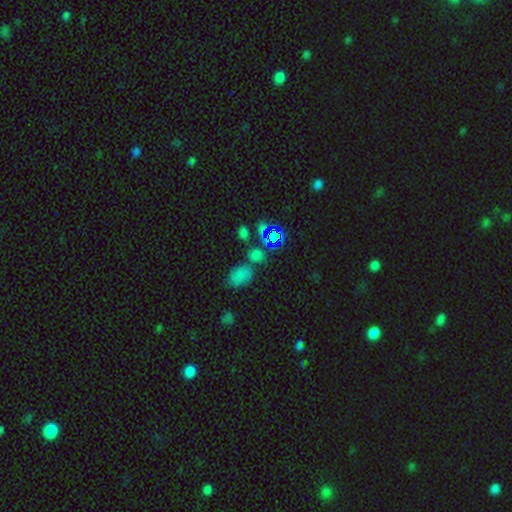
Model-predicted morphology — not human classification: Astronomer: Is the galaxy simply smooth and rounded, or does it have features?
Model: smooth — 52% (runner-up: star or artifact, 41%).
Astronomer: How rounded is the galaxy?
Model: in between — 57% (runner-up: round, 41%).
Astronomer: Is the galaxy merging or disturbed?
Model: none — 56%.